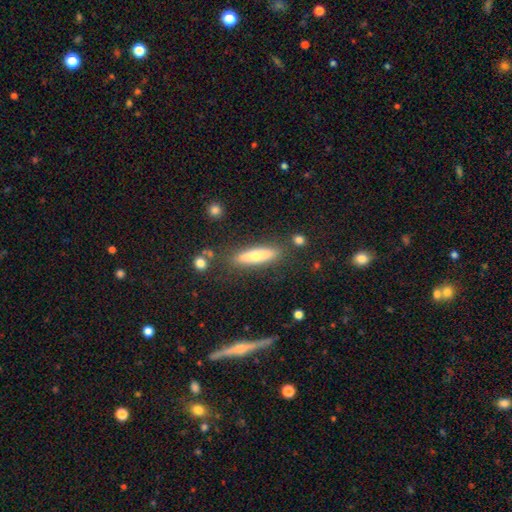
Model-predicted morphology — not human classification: smooth-or-featured: smooth: 53% | featured or disk: 39% | star or artifact: 8%
  how-rounded: cigar-shaped: 65% | in between: 32% | round: 3%
  merging: none: 81% | minor disturbance: 11% | merger: 4% | major disturbance: 3%